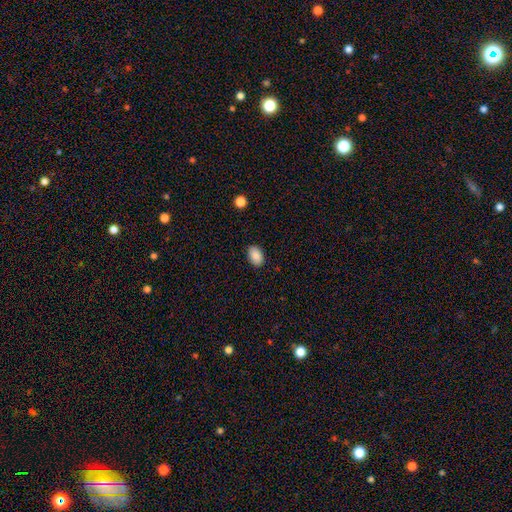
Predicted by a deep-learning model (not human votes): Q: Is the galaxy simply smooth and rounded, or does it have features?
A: smooth — 88%.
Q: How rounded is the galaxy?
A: in between — 86%.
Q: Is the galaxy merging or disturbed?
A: none — 89%.